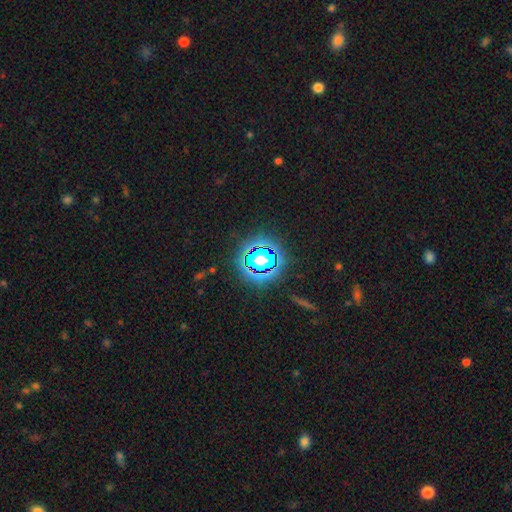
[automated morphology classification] Smooth or featured? star or artifact (70%)